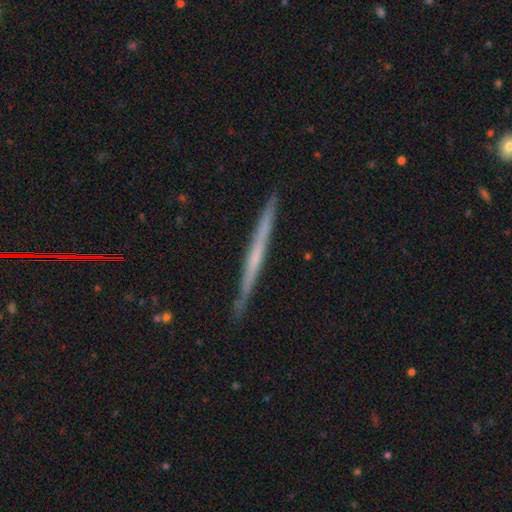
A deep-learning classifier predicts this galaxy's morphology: featured or disk 62%, smooth 32%, star or artifact 6%. Down the decision tree: edge-on disk — yes (98%); edge-on bulge — none (84%); merging — none (90%).